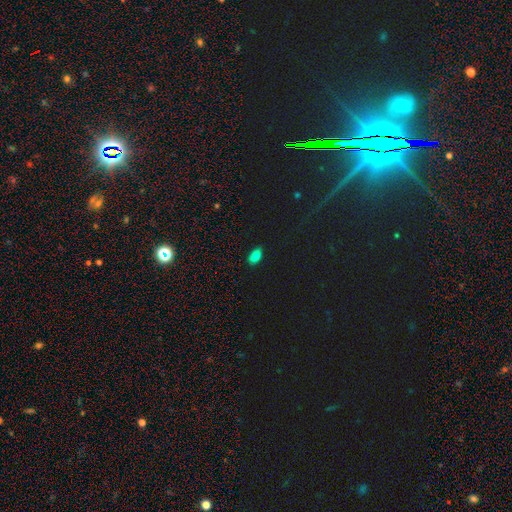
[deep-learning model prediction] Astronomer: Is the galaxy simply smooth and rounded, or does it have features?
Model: smooth — 80%.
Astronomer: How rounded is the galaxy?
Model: in between — 92%.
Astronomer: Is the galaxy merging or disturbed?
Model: none — 86%.